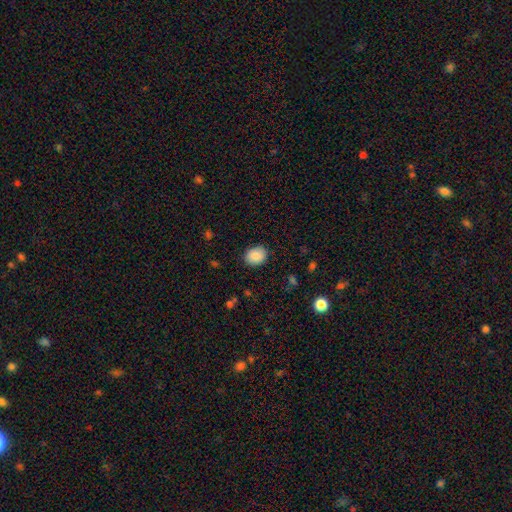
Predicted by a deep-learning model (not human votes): A smooth galaxy with no disk features (87%) that is round (55%).

Vote fractions:
- Smooth or featured? smooth: 87% / star or artifact: 8% / featured or disk: 5%
- How rounded? round: 55% / in between: 45% / cigar-shaped: 1%
- Merging? none: 87% / minor disturbance: 10% / major disturbance: 2% / merger: 1%